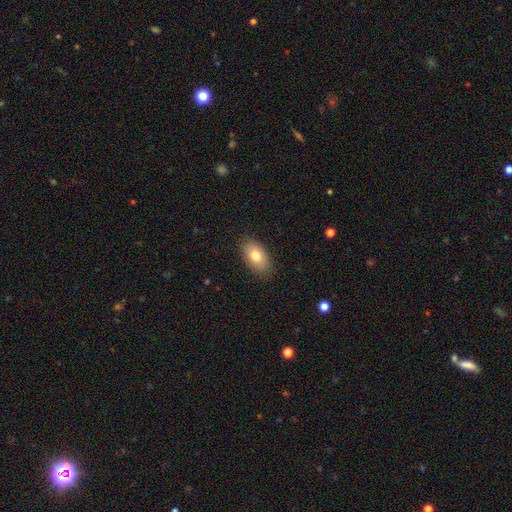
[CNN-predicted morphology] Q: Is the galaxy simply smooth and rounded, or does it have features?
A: smooth — 78%.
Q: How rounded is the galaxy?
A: in between — 92%.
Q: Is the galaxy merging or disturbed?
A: none — 86%.